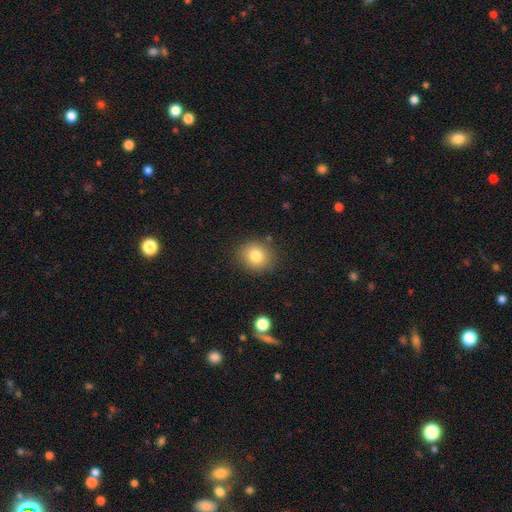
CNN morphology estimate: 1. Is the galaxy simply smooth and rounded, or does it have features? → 81% smooth, 11% star or artifact, 8% featured or disk.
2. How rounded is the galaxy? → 77% round, 22% in between, 1% cigar-shaped.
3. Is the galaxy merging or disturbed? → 86% none, 9% minor disturbance, 3% major disturbance, 2% merger.